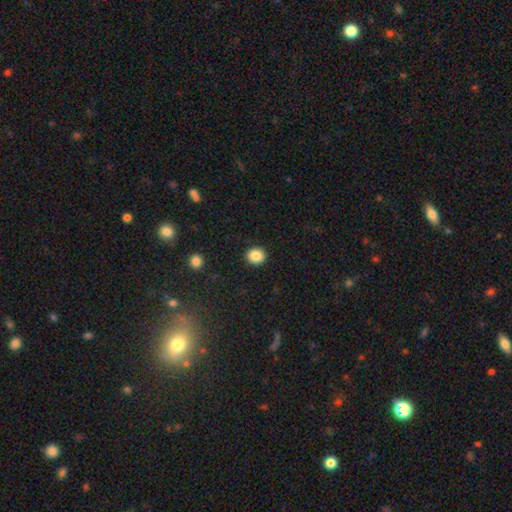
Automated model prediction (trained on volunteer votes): A smooth galaxy with no disk features (86%) that is round (77%). Merging: none (92%).